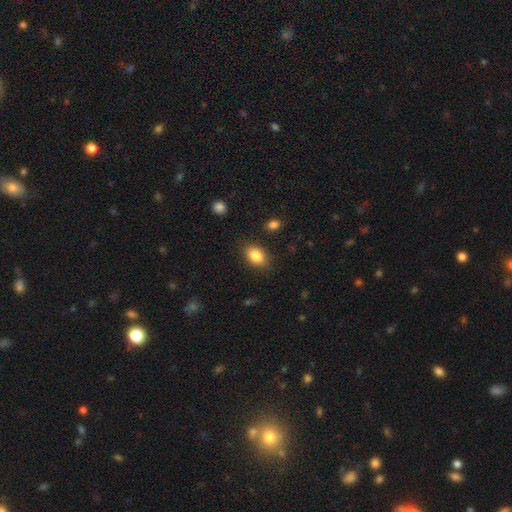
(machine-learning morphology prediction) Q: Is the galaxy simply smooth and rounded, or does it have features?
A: smooth — 85%.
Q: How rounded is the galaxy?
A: in between — 82%.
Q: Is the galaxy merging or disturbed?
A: none — 84%.